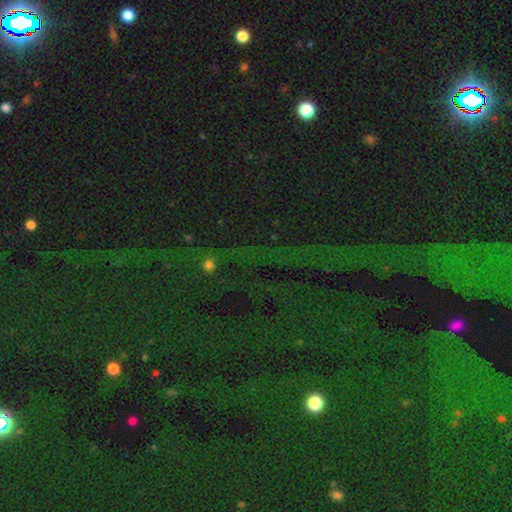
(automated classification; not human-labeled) smooth-or-featured: star or artifact: 83% | smooth: 9% | featured or disk: 8%